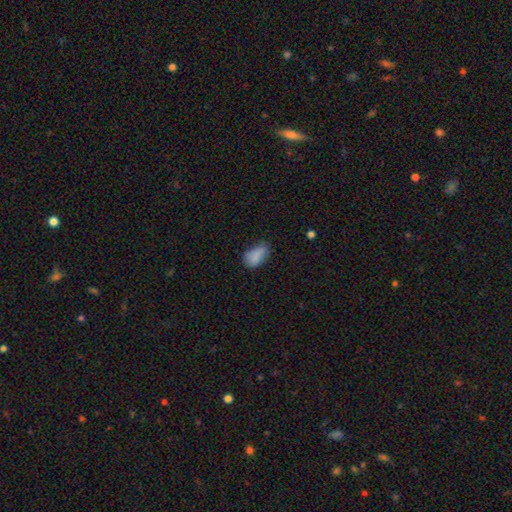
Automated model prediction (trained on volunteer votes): This is clearly a smooth galaxy (84%). How rounded: clearly in between (91%). Merging: possibly none (54%).